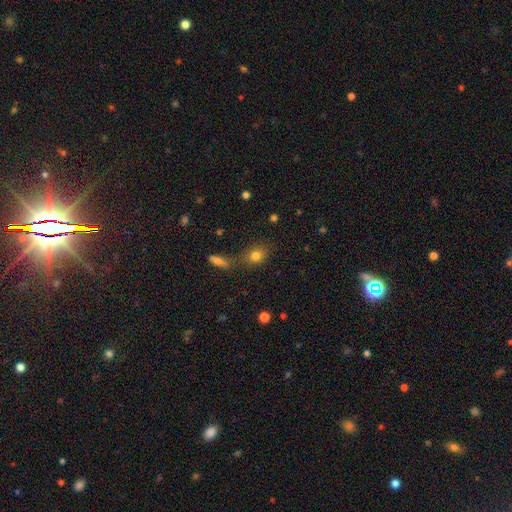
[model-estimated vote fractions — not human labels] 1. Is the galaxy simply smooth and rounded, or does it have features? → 77% smooth, 13% star or artifact, 10% featured or disk.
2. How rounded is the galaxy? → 55% in between, 42% round, 3% cigar-shaped.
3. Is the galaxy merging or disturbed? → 66% none, 17% merger, 13% minor disturbance, 5% major disturbance.